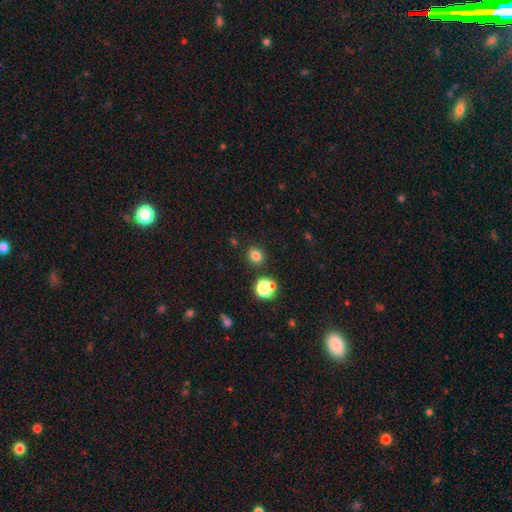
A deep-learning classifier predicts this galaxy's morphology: Smooth or featured? Predicted: smooth (p=0.79). How rounded? Predicted: round (p=0.83). Merging? Predicted: none (p=0.87).